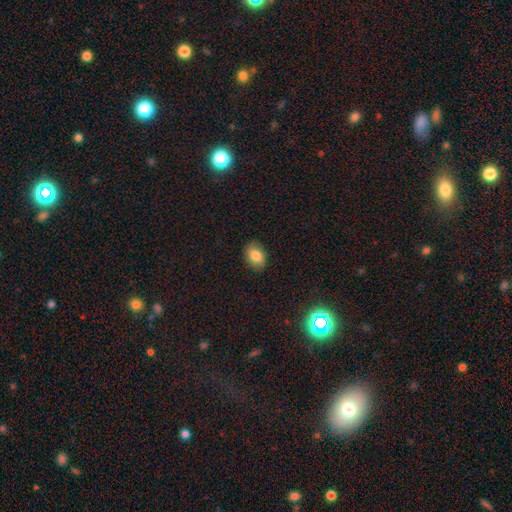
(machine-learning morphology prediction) Smooth or featured? Predicted: smooth (p=0.82). How rounded? Predicted: in between (p=0.76). Merging? Predicted: none (p=0.86).